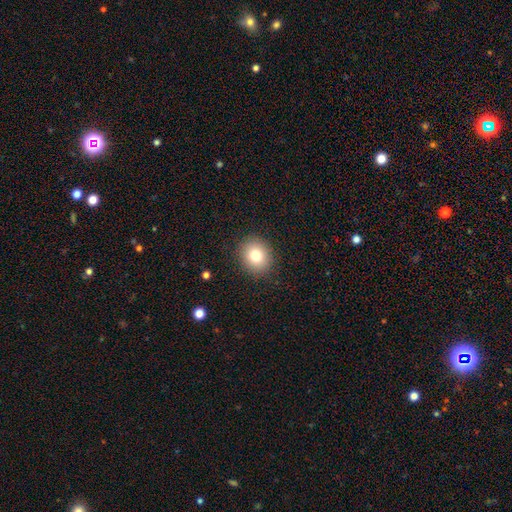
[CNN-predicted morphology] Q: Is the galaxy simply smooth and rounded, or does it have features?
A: smooth — 80%.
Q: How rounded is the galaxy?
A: round — 74%.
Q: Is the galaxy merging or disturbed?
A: none — 89%.